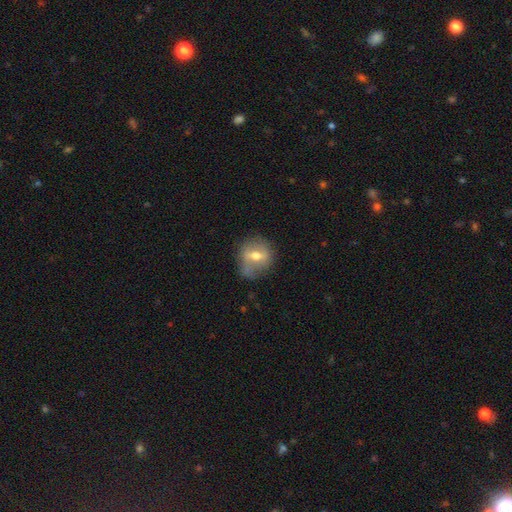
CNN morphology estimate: Smooth or featured? Predicted: featured or disk (p=0.50). Merging? Predicted: none (p=0.67).